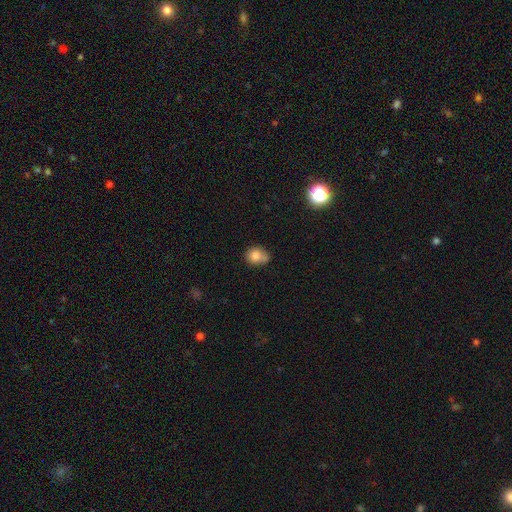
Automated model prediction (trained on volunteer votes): smooth_or_featured: smooth (p=0.79) [alt: star or artifact p=0.10]
how_rounded: round (p=0.64) [alt: in between p=0.35]
merging: none (p=0.49) [alt: minor disturbance p=0.27]